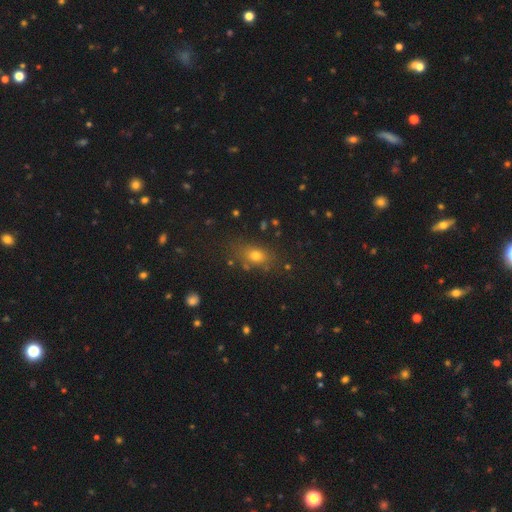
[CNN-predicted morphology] Smooth or featured: smooth — 70% (star or artifact — 18%)
How rounded: in between — 65% (round — 30%)
Merging: none — 79% (minor disturbance — 13%)